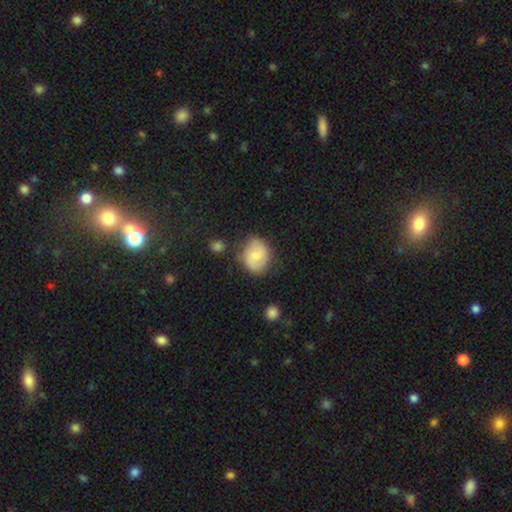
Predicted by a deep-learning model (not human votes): A smooth galaxy with no disk features (61%) that is round (57%).

Vote fractions:
- Smooth or featured? smooth: 61% / featured or disk: 32% / star or artifact: 7%
- How rounded? round: 57% / in between: 42% / cigar-shaped: 1%
- Merging? none: 71% / minor disturbance: 20% / major disturbance: 5% / merger: 4%